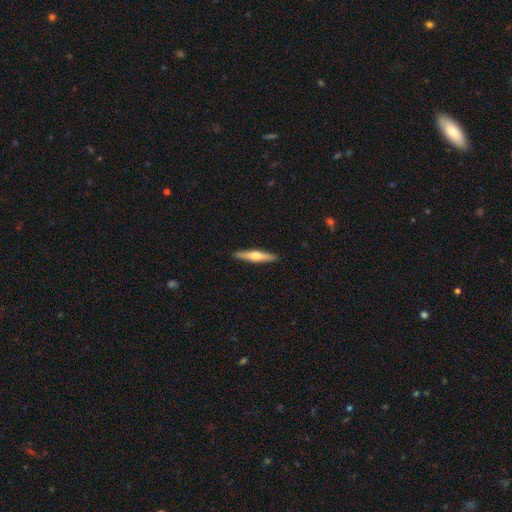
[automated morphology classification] Smooth or featured? featured or disk (52%)
Edge-on disk? yes (96%)
Edge-on bulge? rounded (89%)
Merging? none (91%)